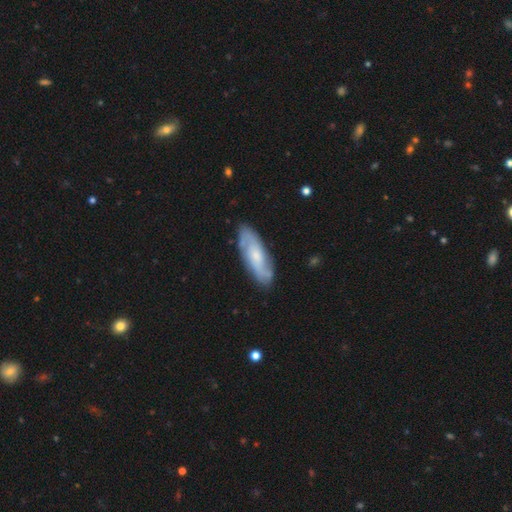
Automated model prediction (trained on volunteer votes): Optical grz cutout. It shows a featured or disk galaxy (64%) with no bar (62%), spiral arms (89%) and a small central bulge (49%). Merging: none (83%).